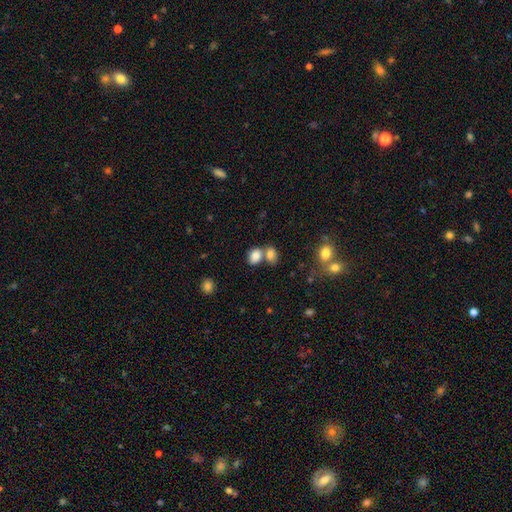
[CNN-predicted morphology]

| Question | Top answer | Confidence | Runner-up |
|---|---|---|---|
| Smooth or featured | smooth | 83% | star or artifact (10%) |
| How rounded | in between | 71% | round (27%) |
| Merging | merger | 48% | none (38%) |